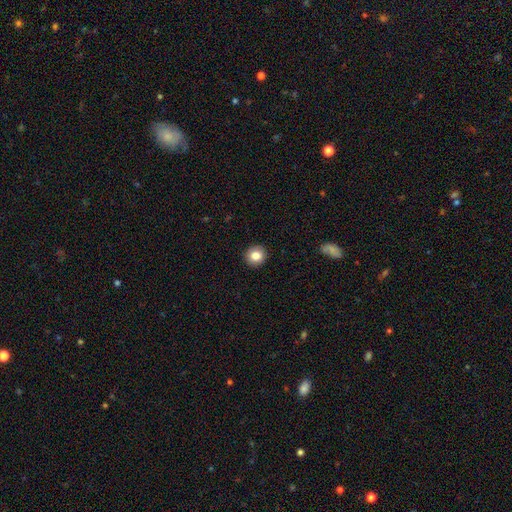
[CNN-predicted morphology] This is clearly a smooth galaxy (83%). How rounded: clearly round (93%). Merging: clearly none (93%).